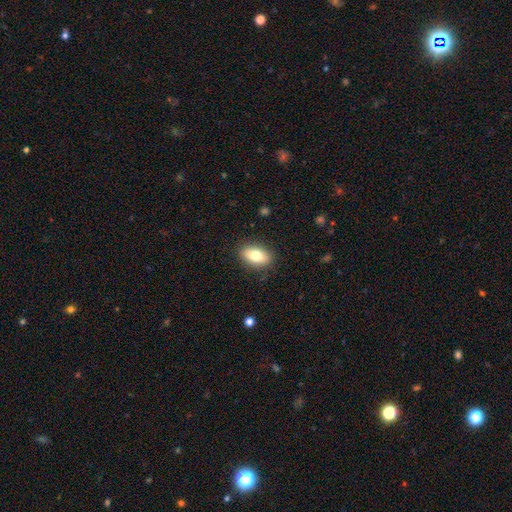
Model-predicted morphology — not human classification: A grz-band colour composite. It shows a smooth galaxy with no disk features (77%) that is in between round and cigar-shaped (89%). Merging: none (86%).